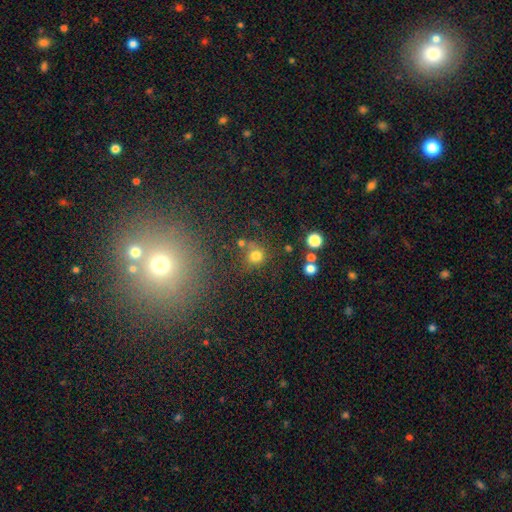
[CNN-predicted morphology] Smooth or featured: smooth — 74% (star or artifact — 17%)
How rounded: round — 87% (in between — 12%)
Merging: none — 65% (merger — 15%)